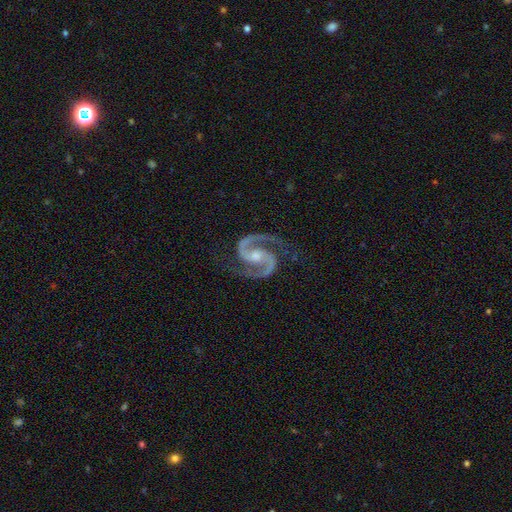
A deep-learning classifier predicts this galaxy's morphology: smooth_or_featured: featured or disk (p=0.95) [alt: star or artifact p=0.03]
disk_edge_on: no (p=0.98) [alt: yes p=0.02]
bar: no (p=0.41) [alt: weak p=0.37]
has_spiral_arms: yes (p=0.99) [alt: no p=0.01]
spiral_winding: medium (p=0.67) [alt: tight p=0.24]
spiral_arm_count: 2 (p=0.95) [alt: 3 p=0.01]
bulge_size: moderate (p=0.51) [alt: small p=0.40]
merging: none (p=0.81) [alt: minor disturbance p=0.13]